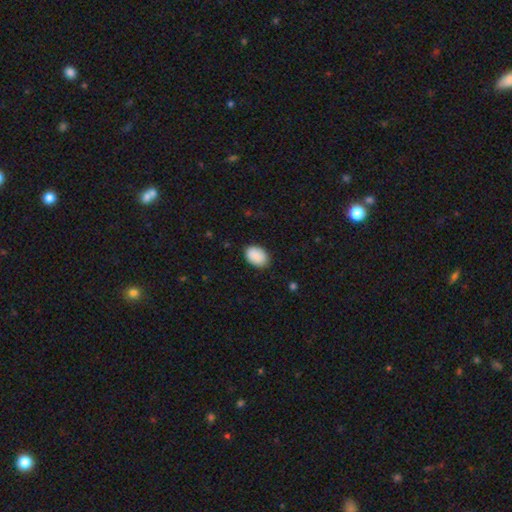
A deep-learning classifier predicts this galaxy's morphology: A smooth galaxy with no disk features (91%) that is in between round and cigar-shaped (84%). Merging: none (87%).